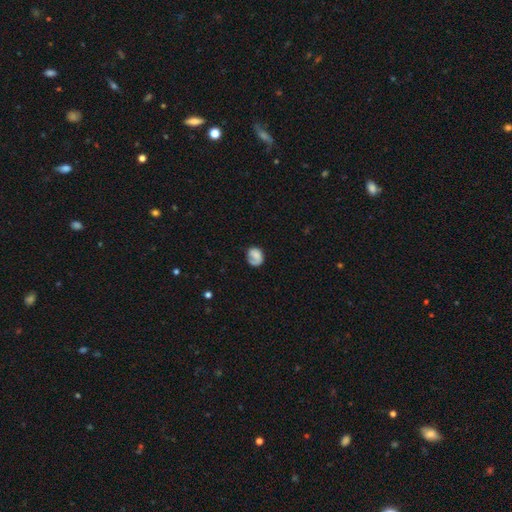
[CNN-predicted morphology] A smooth galaxy with no disk features (63%) that is round (58%).

Vote fractions:
- Smooth or featured? smooth: 63% / featured or disk: 29% / star or artifact: 8%
- How rounded? round: 58% / in between: 41% / cigar-shaped: 1%
- Merging? none: 53% / minor disturbance: 26% / major disturbance: 18% / merger: 3%